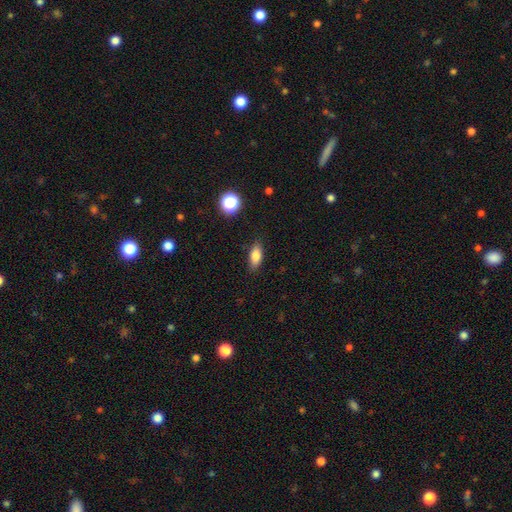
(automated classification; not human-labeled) Smooth or featured?
  - smooth: 84% *
  - star or artifact: 9%
  - featured or disk: 8%
How rounded?
  - in between: 82% *
  - cigar-shaped: 13%
  - round: 5%
Merging?
  - none: 86% *
  - minor disturbance: 11%
  - major disturbance: 3%
  - merger: 1%